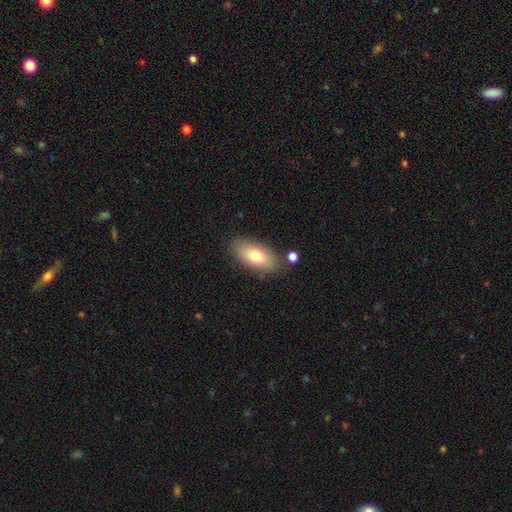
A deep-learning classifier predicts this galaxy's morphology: This appears to be a smooth galaxy with no disk features (75%) that is in between round and cigar-shaped (89%). Merging: none (81%).